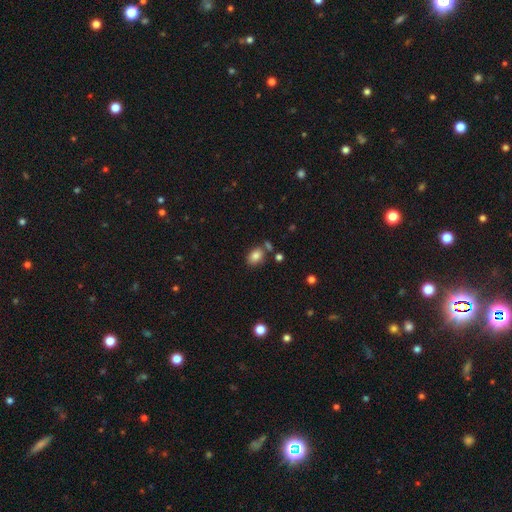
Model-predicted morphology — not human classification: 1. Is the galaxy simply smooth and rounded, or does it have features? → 83% smooth, 10% star or artifact, 7% featured or disk.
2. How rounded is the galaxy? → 77% in between, 22% round, 1% cigar-shaped.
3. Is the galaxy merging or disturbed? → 69% none, 14% minor disturbance, 12% merger, 4% major disturbance.